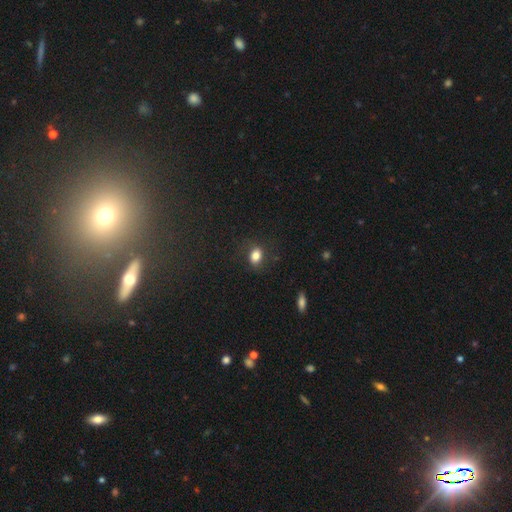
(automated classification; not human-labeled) Overall: smooth (82%). How rounded: in between (73%). Merging: none (77%).